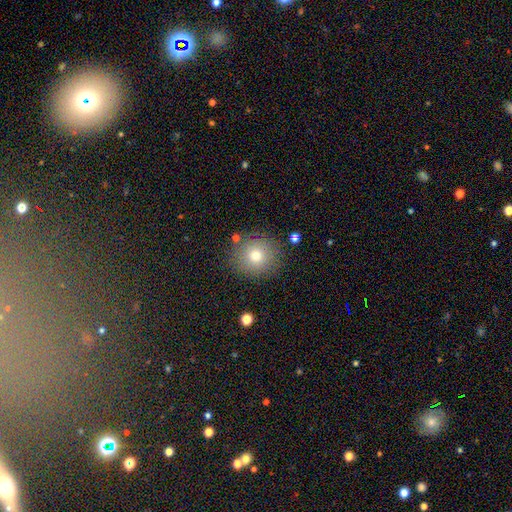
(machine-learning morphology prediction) This appears to be a smooth galaxy with no disk features (77%) that is round (88%). Merging: none (85%).